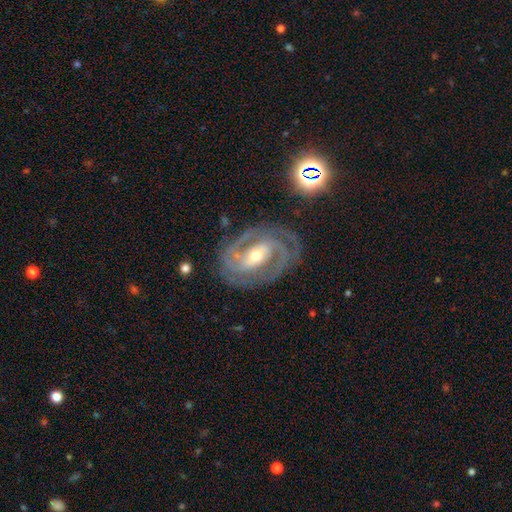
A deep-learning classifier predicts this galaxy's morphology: Smooth or featured: featured or disk — 89% (star or artifact — 6%)
Edge-on disk: no — 96% (yes — 4%)
Bar: strong — 42% (weak — 39%)
Spiral arms: yes — 97% (no — 3%)
Spiral winding: tight — 64% (medium — 31%)
Spiral arm count: 2 — 62% (3 — 18%)
Bulge size: moderate — 54% (small — 42%)
Merging: none — 79% (minor disturbance — 14%)